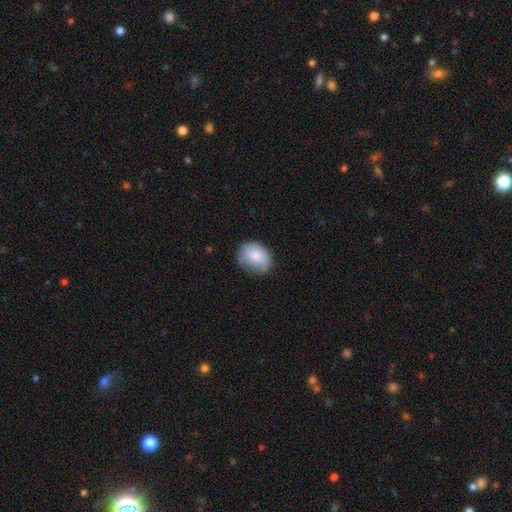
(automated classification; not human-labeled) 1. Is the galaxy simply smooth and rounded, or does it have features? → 81% smooth, 12% featured or disk, 7% star or artifact.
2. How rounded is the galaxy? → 56% in between, 43% round, 1% cigar-shaped.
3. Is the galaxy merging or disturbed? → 64% none, 28% minor disturbance, 6% major disturbance, 1% merger.